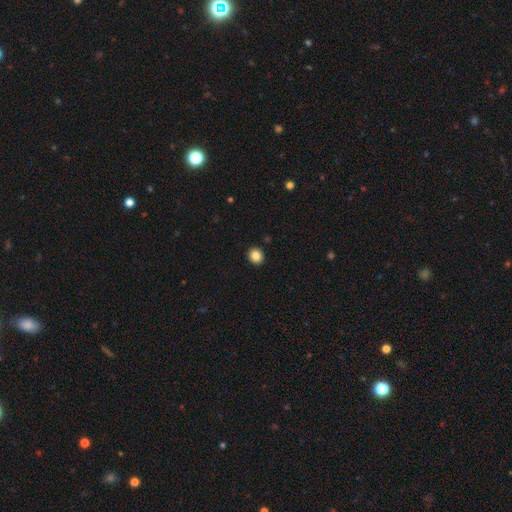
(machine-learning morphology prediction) Q: Smooth or featured?
A: smooth (85%); runner-up: star or artifact (10%)
Q: How rounded?
A: round (76%); runner-up: in between (23%)
Q: Merging?
A: none (92%); runner-up: minor disturbance (5%)